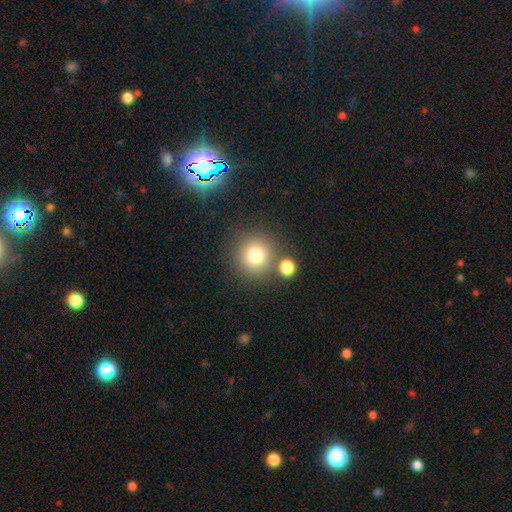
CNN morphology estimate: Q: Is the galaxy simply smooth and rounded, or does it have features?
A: smooth — 78%.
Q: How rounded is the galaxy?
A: round — 94%.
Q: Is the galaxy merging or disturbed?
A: none — 79%.